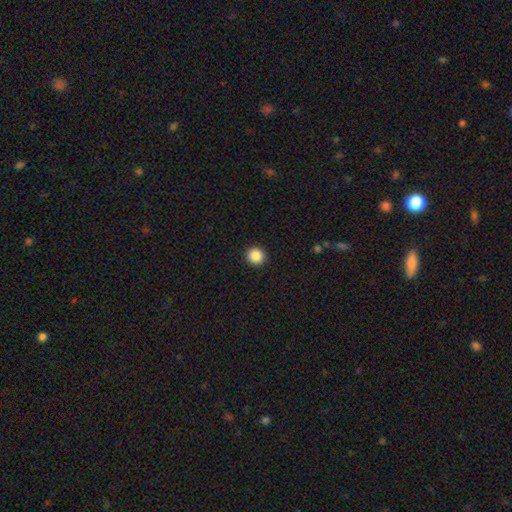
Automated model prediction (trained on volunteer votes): This appears to be a smooth galaxy with no disk features (87%) that is round (93%). Merging: none (93%).